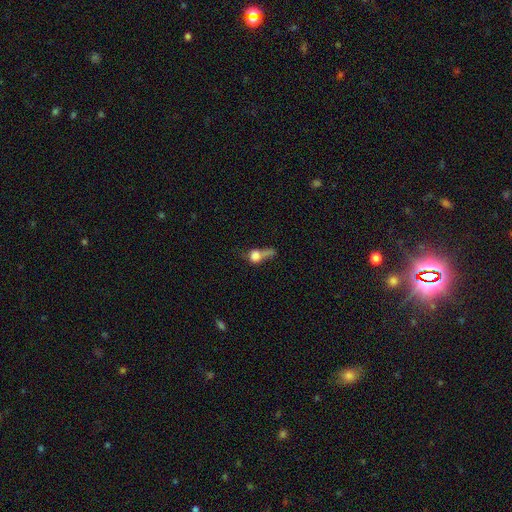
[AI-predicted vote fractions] Smooth or featured: smooth — 68% (featured or disk — 19%)
How rounded: round — 56% (in between — 36%)
Merging: major disturbance — 33% (merger — 31%)